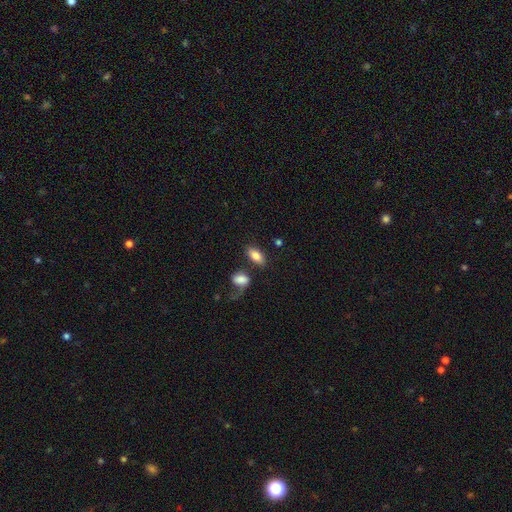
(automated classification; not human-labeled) Overall: smooth (82%). How rounded: in between (91%). Merging: none (70%).